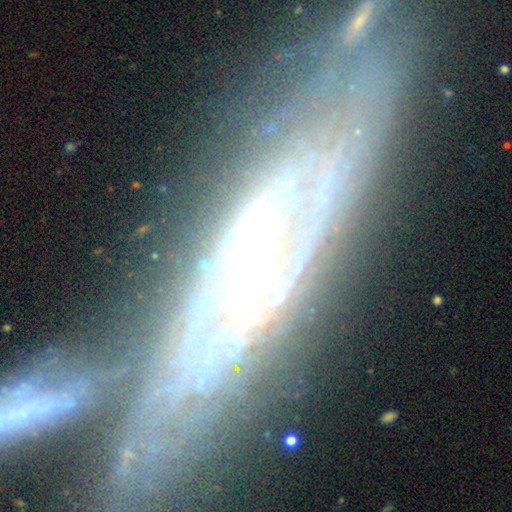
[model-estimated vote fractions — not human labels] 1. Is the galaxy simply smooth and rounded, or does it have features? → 76% featured or disk, 12% star or artifact, 12% smooth.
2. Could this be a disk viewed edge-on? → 61% no, 39% yes.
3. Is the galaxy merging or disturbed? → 52% none, 21% minor disturbance, 14% major disturbance, 13% merger.